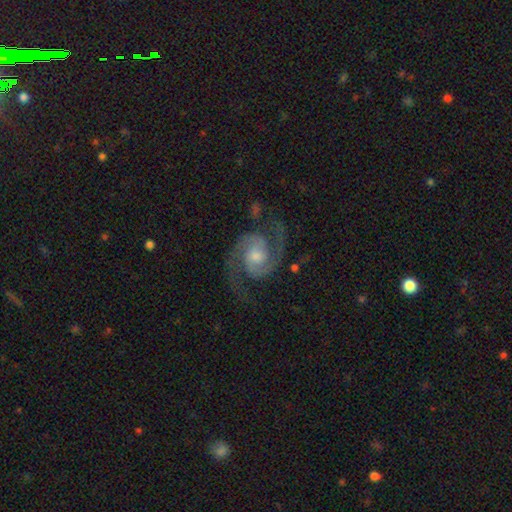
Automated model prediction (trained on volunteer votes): A featured or disk galaxy (93%) with no bar (58%), 2 (94%) medium (60%) spiral arms (99%) and a moderate central bulge (52%).

Vote fractions:
- Smooth or featured? featured or disk: 93% / star or artifact: 4% / smooth: 3%
- Edge-on disk? no: 98% / yes: 2%
- Bar? no: 58% / weak: 33% / strong: 8%
- Spiral arms? yes: 99% / no: 1%
- Spiral winding? medium: 60% / tight: 27% / loose: 13%
- Spiral arm count? 2: 94% / 3: 1% / can't tell: 1% / 1: 1% / 4: 1% / more than 4: 1%
- Bulge size? moderate: 52% / small: 36% / large: 6% / none: 5% / dominant: 1%
- Merging? none: 81% / minor disturbance: 13% / major disturbance: 5% / merger: 1%